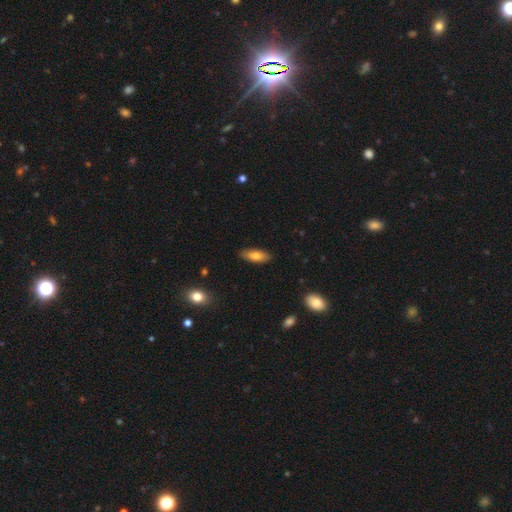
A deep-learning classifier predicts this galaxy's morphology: The model was most divided on "how rounded": in between: 72%, cigar-shaped: 26%, round: 2%. More confident: merging — none (87%); smooth or featured — smooth (77%).